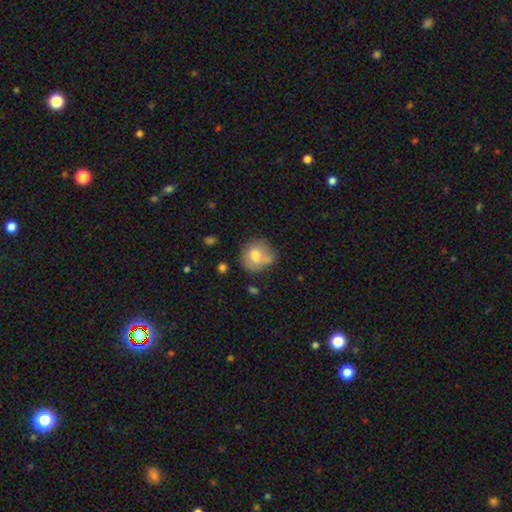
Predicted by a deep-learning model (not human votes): The model was most divided on "merging": none: 49%, minor disturbance: 24%, merger: 16%, major disturbance: 11%. More confident: how rounded — round (74%); smooth or featured — smooth (66%).